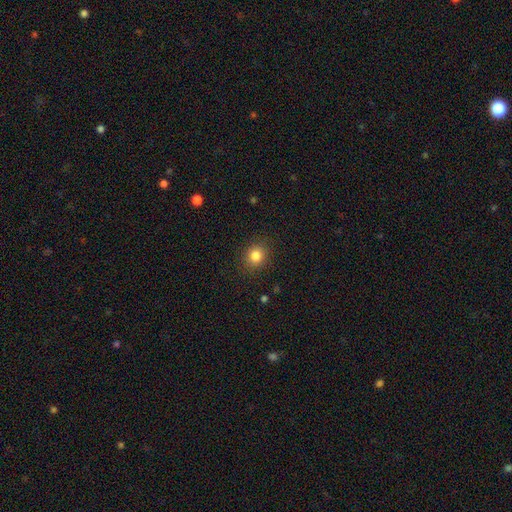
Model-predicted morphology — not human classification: A smooth galaxy with no disk features (83%) that is round (82%). Merging: none (89%).